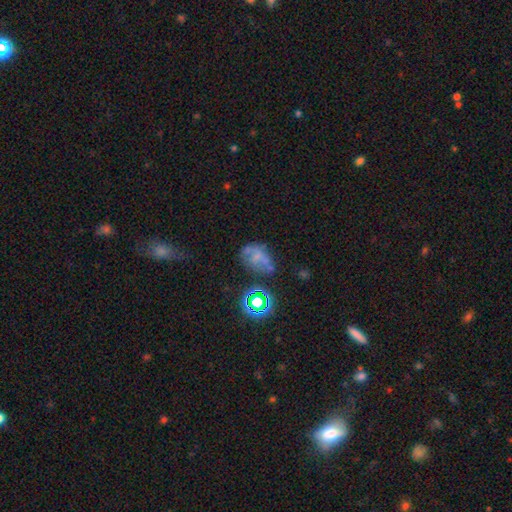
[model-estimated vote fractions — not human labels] Q: Smooth or featured?
A: smooth (41%); runner-up: featured or disk (33%)
Q: Merging?
A: none (39%); runner-up: minor disturbance (26%)